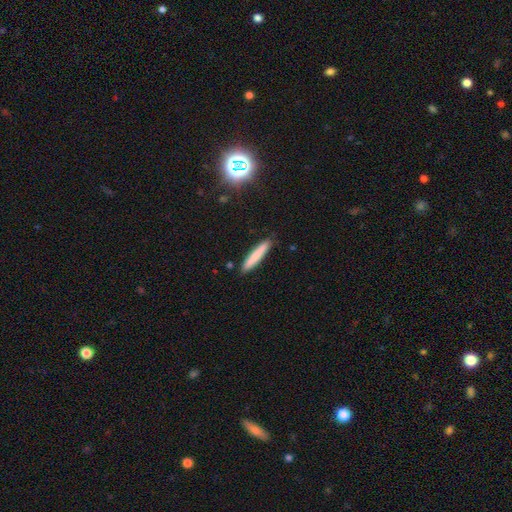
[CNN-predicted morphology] This is likely a smooth galaxy (79%). How rounded: clearly cigar-shaped (93%). Merging: clearly none (89%).